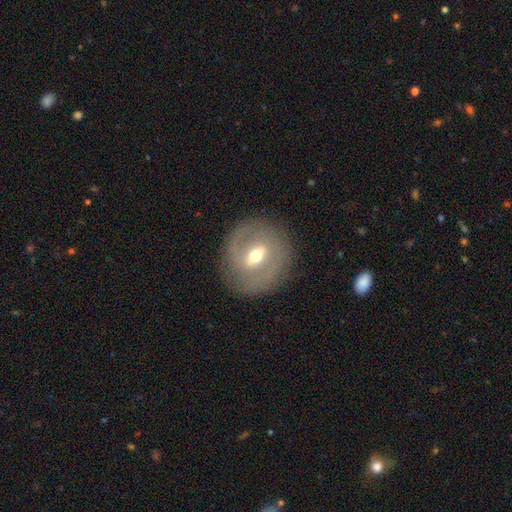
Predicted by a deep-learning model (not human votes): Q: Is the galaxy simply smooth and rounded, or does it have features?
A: featured or disk — 65%.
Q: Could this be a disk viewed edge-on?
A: no — 94%.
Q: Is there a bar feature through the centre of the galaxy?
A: weak — 50%.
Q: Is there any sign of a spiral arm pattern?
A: yes — 63%.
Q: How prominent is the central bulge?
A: moderate — 69%.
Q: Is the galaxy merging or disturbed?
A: none — 83%.